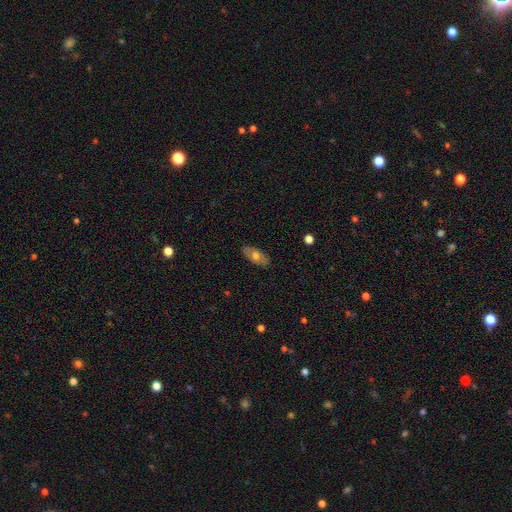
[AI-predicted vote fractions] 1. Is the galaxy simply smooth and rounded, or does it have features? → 61% smooth, 33% featured or disk, 7% star or artifact.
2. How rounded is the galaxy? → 88% in between, 8% cigar-shaped, 4% round.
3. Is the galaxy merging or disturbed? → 86% none, 11% minor disturbance, 2% major disturbance, 1% merger.